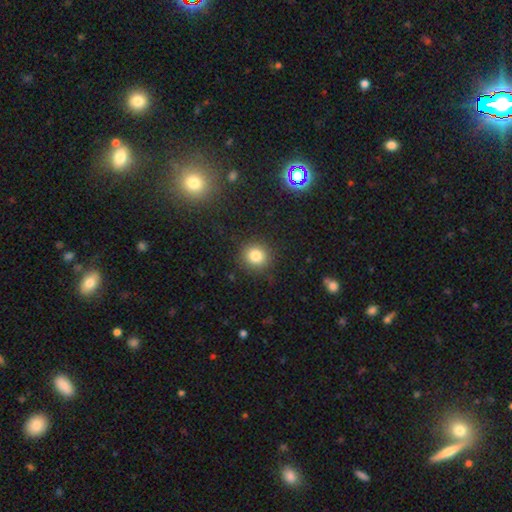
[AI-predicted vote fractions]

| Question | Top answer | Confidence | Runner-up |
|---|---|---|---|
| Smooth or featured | smooth | 82% | star or artifact (12%) |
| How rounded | round | 89% | in between (10%) |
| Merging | none | 88% | minor disturbance (8%) |